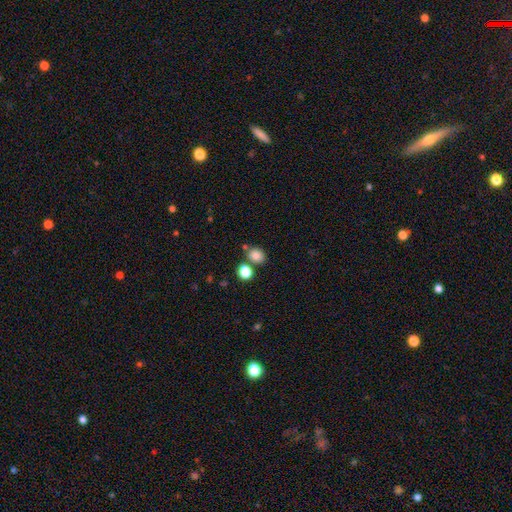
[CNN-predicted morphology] Smooth or featured?
  - smooth: 83% *
  - star or artifact: 12%
  - featured or disk: 5%
How rounded?
  - round: 57% *
  - in between: 42%
  - cigar-shaped: 1%
Merging?
  - none: 68% *
  - merger: 18%
  - minor disturbance: 11%
  - major disturbance: 4%